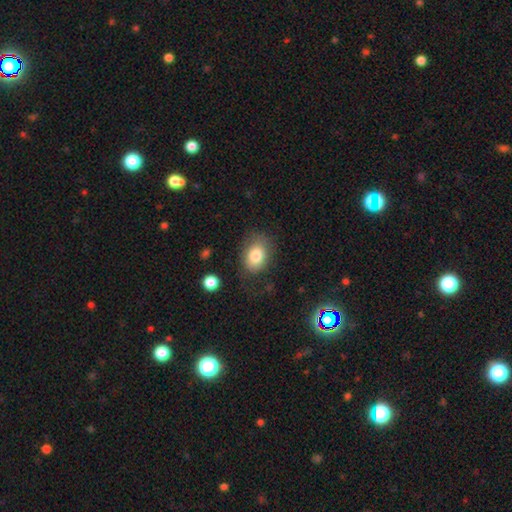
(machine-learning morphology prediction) type=smooth (81%); roundness=in between (70%); merging=none (69%).